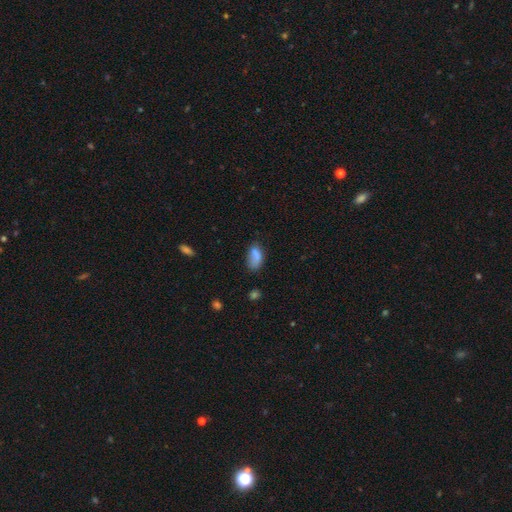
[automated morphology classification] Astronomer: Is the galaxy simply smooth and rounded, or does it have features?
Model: smooth — 75%.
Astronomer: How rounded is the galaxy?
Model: in between — 89%.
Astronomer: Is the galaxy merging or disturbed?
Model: none — 44% (runner-up: minor disturbance, 25%).